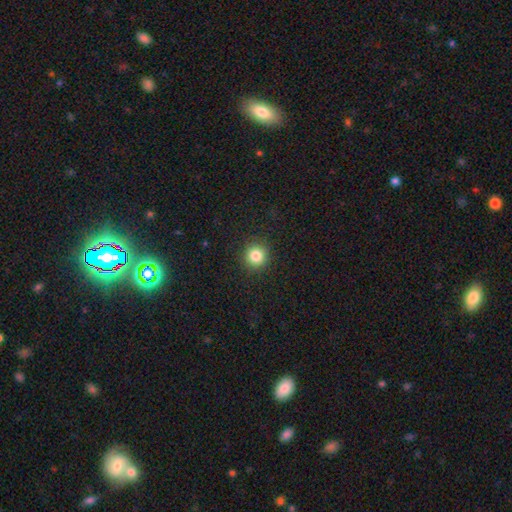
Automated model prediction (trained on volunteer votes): This is clearly a smooth galaxy (84%). How rounded: clearly round (93%). Merging: clearly none (91%).